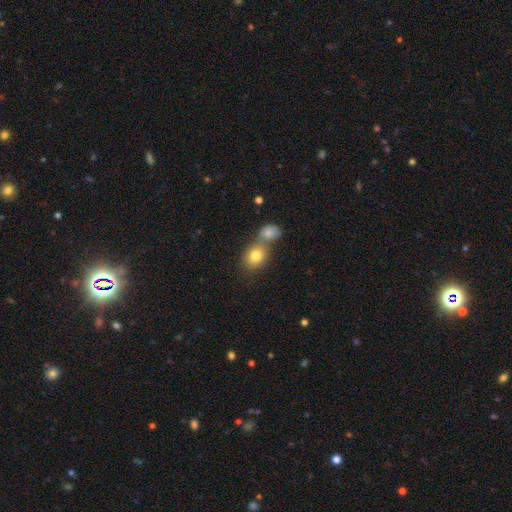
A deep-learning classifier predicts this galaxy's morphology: Smooth or featured? Predicted: smooth (p=0.80). How rounded? Predicted: round (p=0.56). Merging? Predicted: merger (p=0.55).